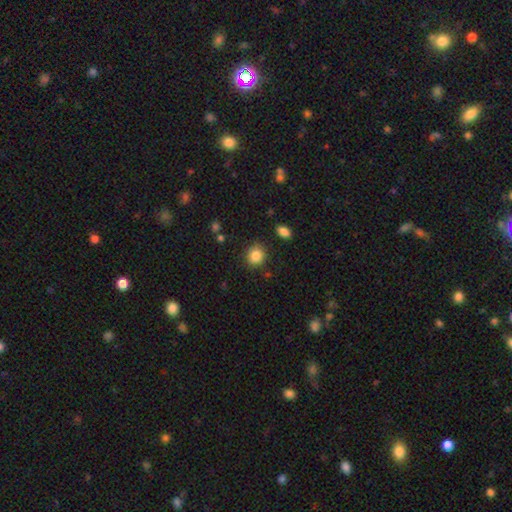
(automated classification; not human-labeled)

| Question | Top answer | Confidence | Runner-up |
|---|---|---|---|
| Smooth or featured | smooth | 86% | star or artifact (10%) |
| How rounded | round | 81% | in between (18%) |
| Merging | none | 84% | minor disturbance (10%) |